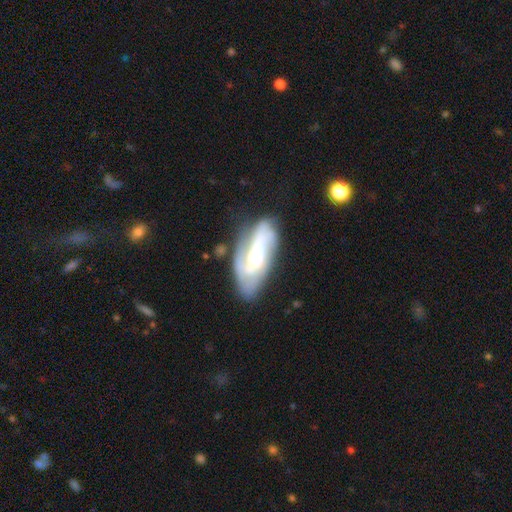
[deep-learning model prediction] A featured or disk galaxy (73%) with no bar (52%), 2 (42%) tight (40%) spiral arms (84%) and a moderate central bulge (48%). Merging: none (57%).